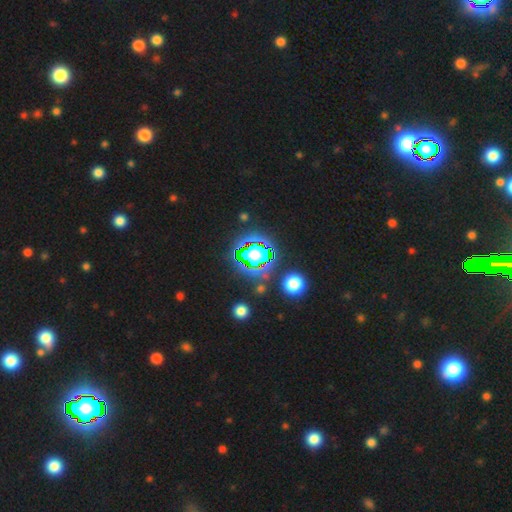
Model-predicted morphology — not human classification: Smooth or featured?
  - star or artifact: 79% *
  - smooth: 14%
  - featured or disk: 7%